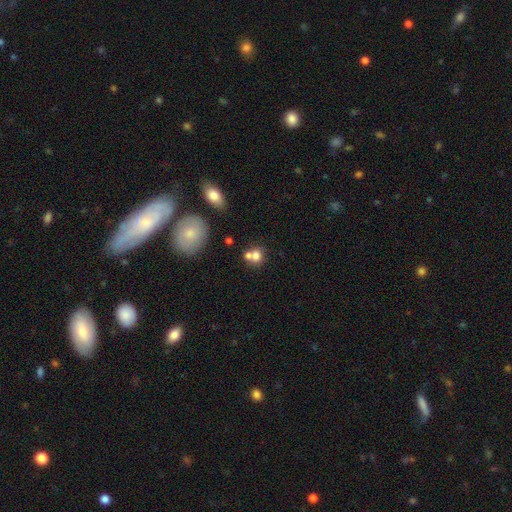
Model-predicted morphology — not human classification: type=smooth (75%); roundness=round (74%); merging=merger (51%).